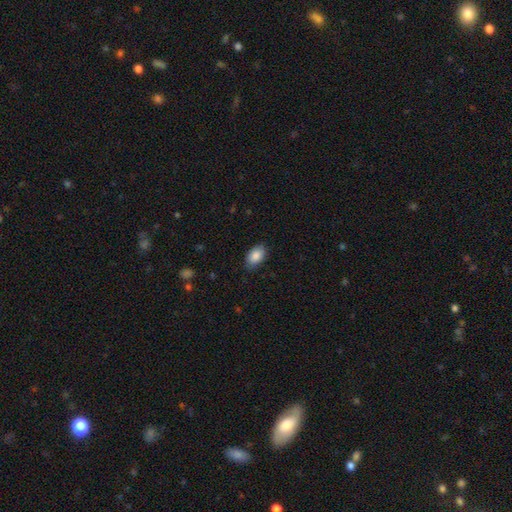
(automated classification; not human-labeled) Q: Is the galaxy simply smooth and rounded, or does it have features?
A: smooth — 87%.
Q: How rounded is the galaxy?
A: in between — 92%.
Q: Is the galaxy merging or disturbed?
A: none — 83%.